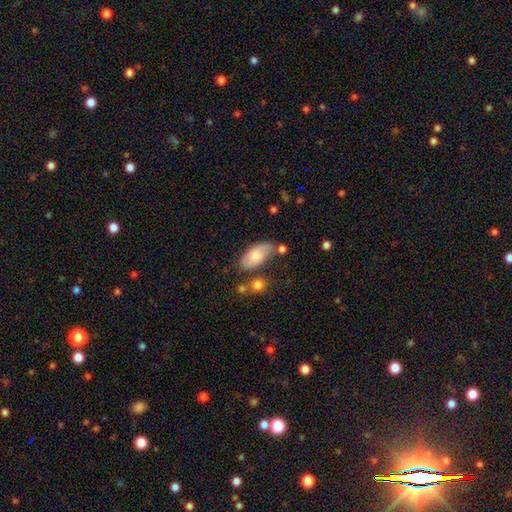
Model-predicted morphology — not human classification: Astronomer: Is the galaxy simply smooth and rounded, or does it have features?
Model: smooth — 71%.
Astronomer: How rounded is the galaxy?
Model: in between — 93%.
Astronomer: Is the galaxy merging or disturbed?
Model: none — 58%.